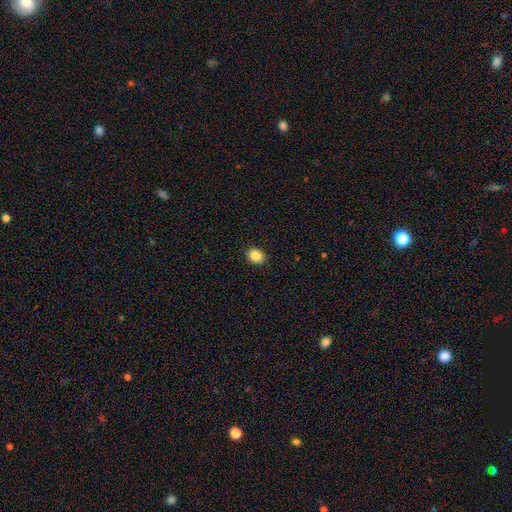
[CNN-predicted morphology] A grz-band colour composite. It shows a smooth galaxy with no disk features (86%) that is round (55%). Merging: none (90%).